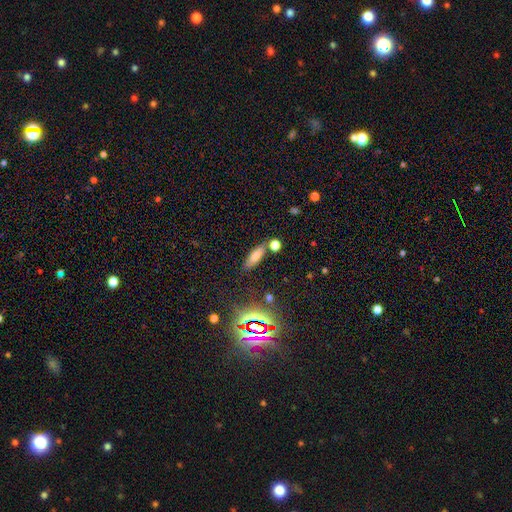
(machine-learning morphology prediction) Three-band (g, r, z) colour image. It shows a smooth galaxy with no disk features (62%) that is in between round and cigar-shaped (49%). Merging: none (74%).